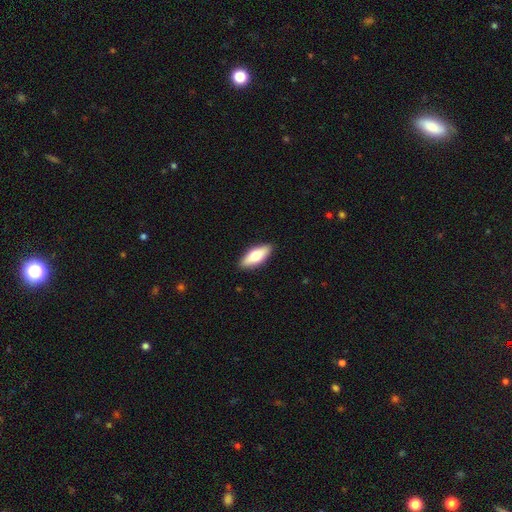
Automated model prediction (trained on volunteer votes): Smooth or featured: smooth — 62% (featured or disk — 32%)
How rounded: in between — 71% (cigar-shaped — 26%)
Merging: none — 90% (minor disturbance — 7%)